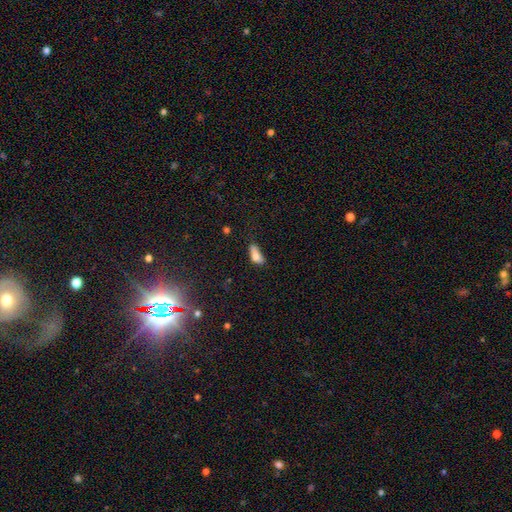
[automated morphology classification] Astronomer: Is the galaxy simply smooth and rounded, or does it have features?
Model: smooth — 77%.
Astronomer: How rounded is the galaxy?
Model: in between — 78%.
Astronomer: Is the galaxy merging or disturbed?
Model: minor disturbance — 36% (runner-up: none, 33%).